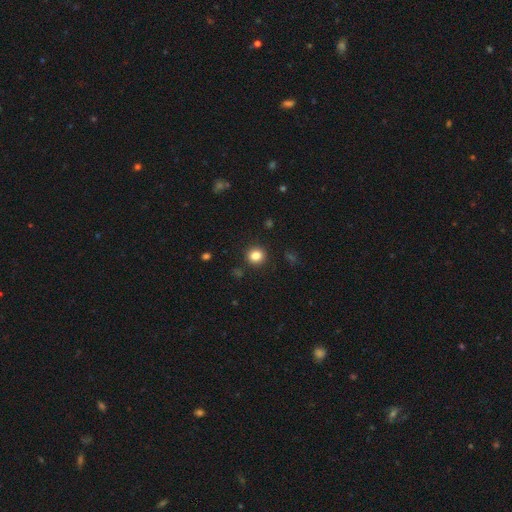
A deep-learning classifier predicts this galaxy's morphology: smooth_or_featured: smooth (p=0.83) [alt: star or artifact p=0.11]
how_rounded: round (p=0.88) [alt: in between p=0.11]
merging: none (p=0.91) [alt: minor disturbance p=0.06]